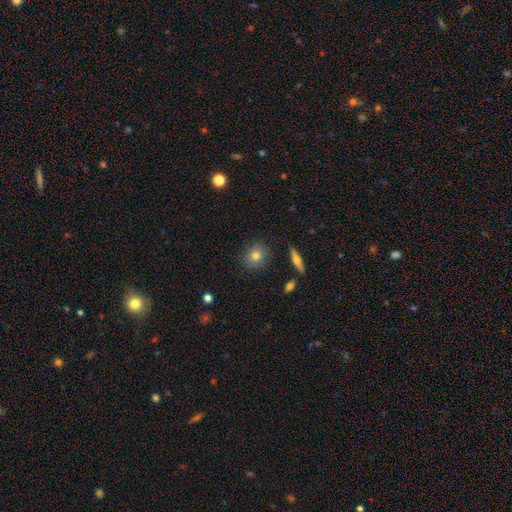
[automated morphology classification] Smooth or featured? Predicted: smooth (p=0.78). How rounded? Predicted: round (p=0.79). Merging? Predicted: none (p=0.87).